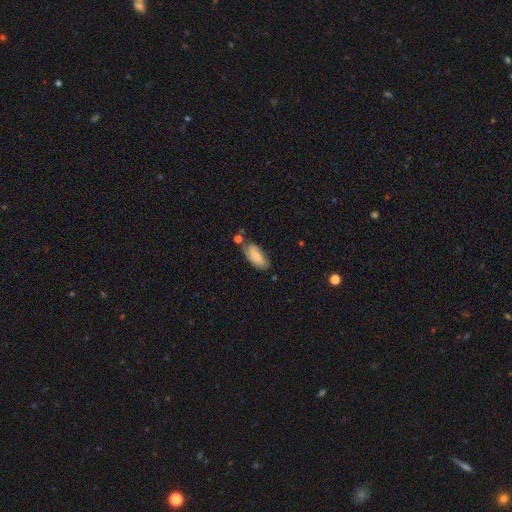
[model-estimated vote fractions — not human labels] smooth_or_featured: smooth (p=0.78) [alt: featured or disk p=0.15]
how_rounded: in between (p=0.84) [alt: cigar-shaped p=0.14]
merging: none (p=0.55) [alt: minor disturbance p=0.27]